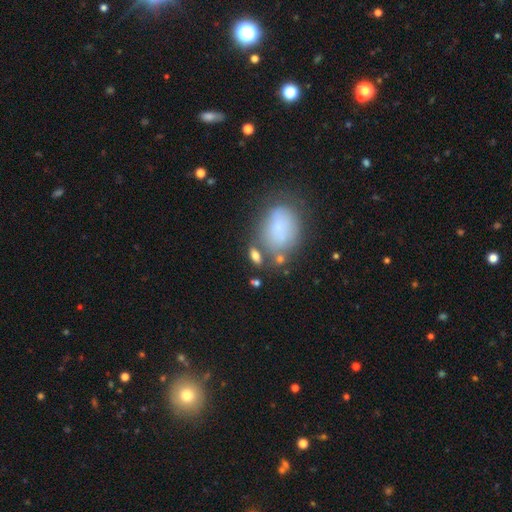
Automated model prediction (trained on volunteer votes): This is likely a smooth galaxy (71%). How rounded: likely in between (74%). Merging: likely none (66%).